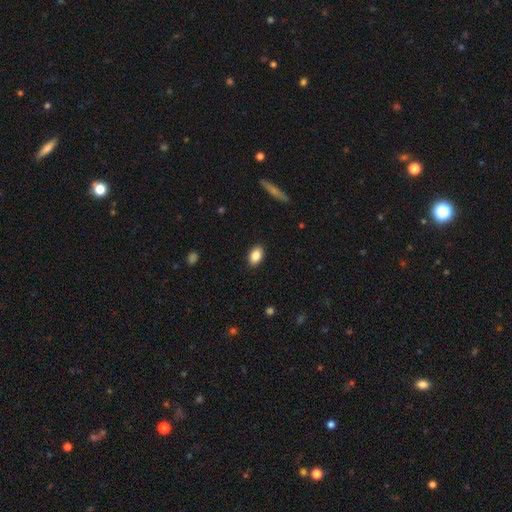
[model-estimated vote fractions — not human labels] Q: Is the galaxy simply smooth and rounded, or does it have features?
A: smooth — 87%.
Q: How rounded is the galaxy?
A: in between — 89%.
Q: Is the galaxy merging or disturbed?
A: none — 89%.